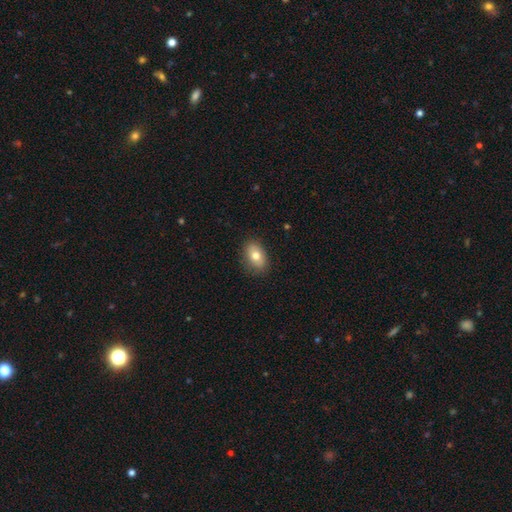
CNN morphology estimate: type=smooth (76%); roundness=in between (85%); merging=none (85%).